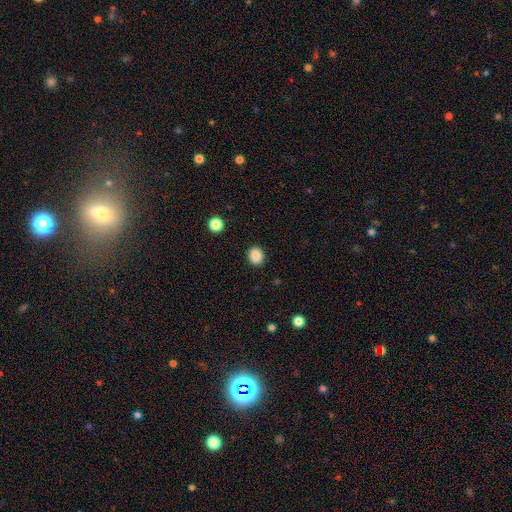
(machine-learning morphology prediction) Smooth or featured? Predicted: smooth (p=0.88). How rounded? Predicted: round (p=0.63). Merging? Predicted: none (p=0.90).